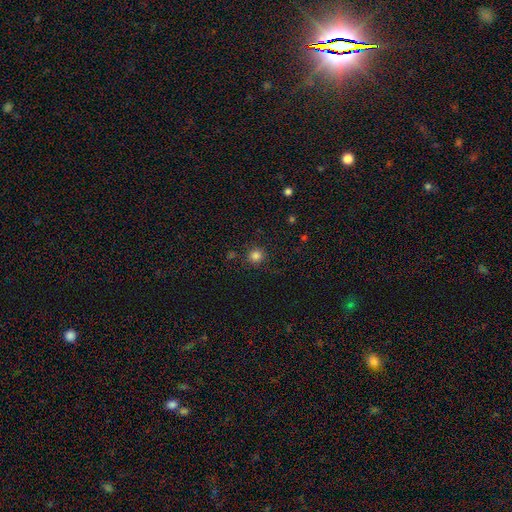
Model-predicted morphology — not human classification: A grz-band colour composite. It shows a smooth galaxy with no disk features (82%) that is round (92%). Merging: none (87%).